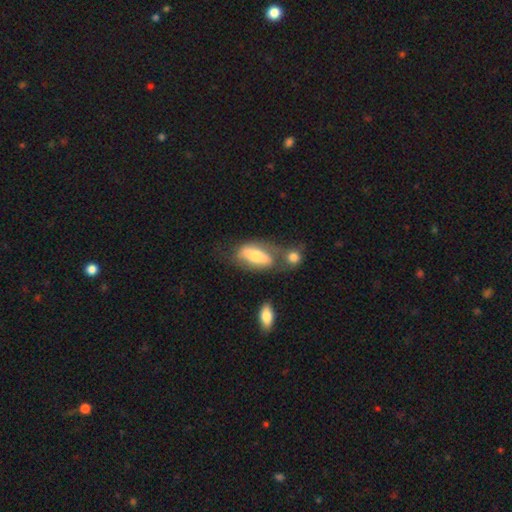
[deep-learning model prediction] A smooth galaxy with no disk features (55%) that is in between round and cigar-shaped (76%).

Vote fractions:
- Smooth or featured? smooth: 55% / featured or disk: 38% / star or artifact: 6%
- How rounded? in between: 76% / cigar-shaped: 20% / round: 3%
- Merging? none: 44% / merger: 25% / minor disturbance: 19% / major disturbance: 12%